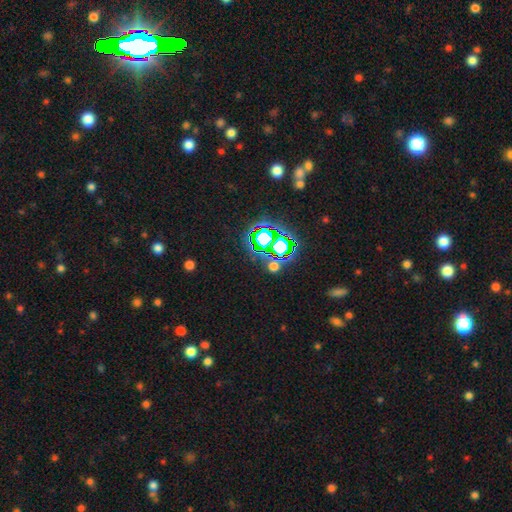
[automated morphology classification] Q: Smooth or featured?
A: star or artifact (79%); runner-up: smooth (14%)